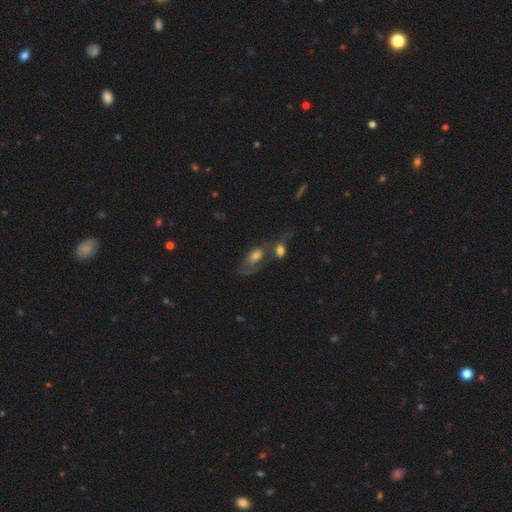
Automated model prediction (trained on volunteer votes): smooth 55%, featured or disk 35%, star or artifact 11%. Down the decision tree: how rounded — in between (85%); merging — merger (57%).